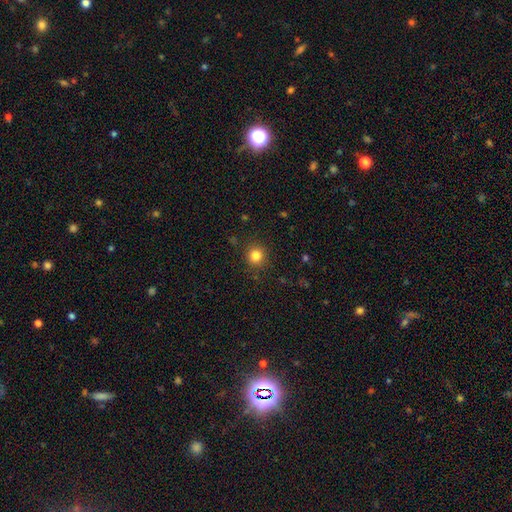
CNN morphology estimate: smooth-or-featured: smooth: 83% | star or artifact: 12% | featured or disk: 5%
  how-rounded: round: 92% | in between: 8% | cigar-shaped: 1%
  merging: none: 89% | minor disturbance: 7% | major disturbance: 3% | merger: 1%